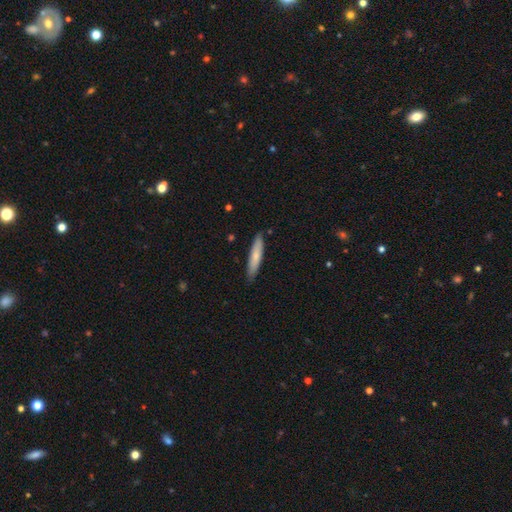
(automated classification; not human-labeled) This appears to be a smooth galaxy with no disk features (74%) that is cigar-shaped (87%). Merging: none (86%).